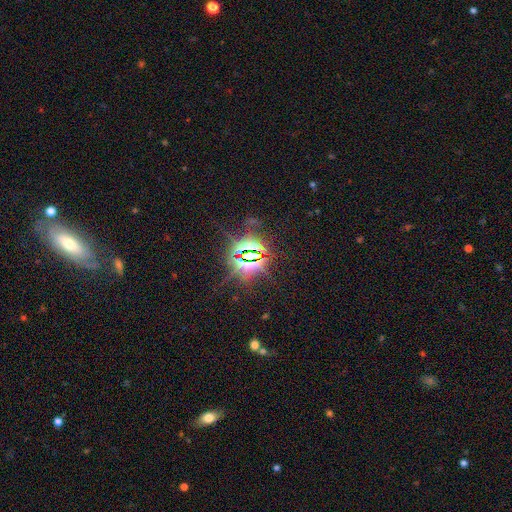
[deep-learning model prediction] Smooth or featured?
  - star or artifact: 84% *
  - featured or disk: 8%
  - smooth: 8%